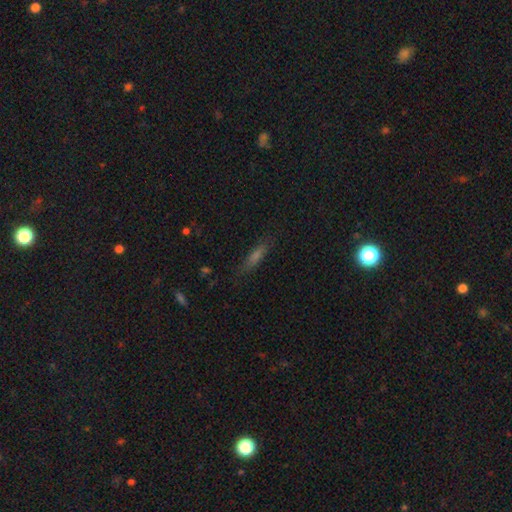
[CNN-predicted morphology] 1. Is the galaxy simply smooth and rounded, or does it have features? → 53% smooth, 27% featured or disk, 20% star or artifact.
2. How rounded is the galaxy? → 75% cigar-shaped, 21% in between, 4% round.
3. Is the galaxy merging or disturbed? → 82% none, 13% minor disturbance, 4% major disturbance, 2% merger.